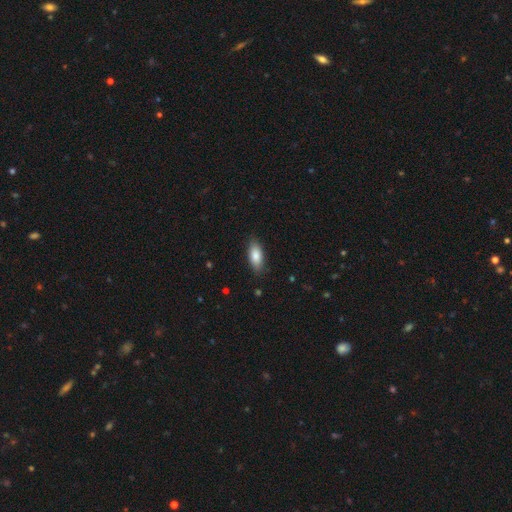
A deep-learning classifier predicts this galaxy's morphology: This appears to be a smooth galaxy with no disk features (84%) that is in between round and cigar-shaped (85%). Merging: none (85%).